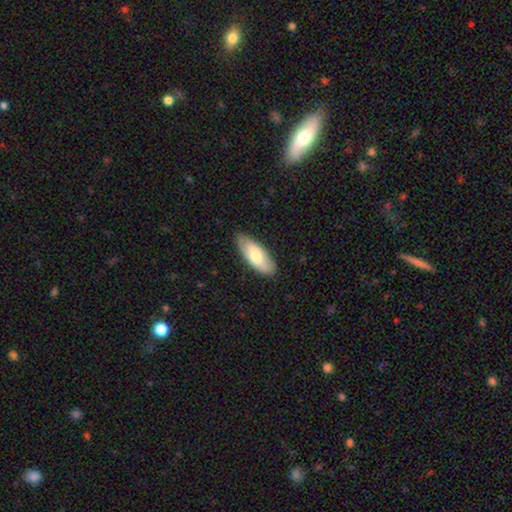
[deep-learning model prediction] Q: Smooth or featured?
A: smooth (74%); runner-up: featured or disk (21%)
Q: How rounded?
A: in between (78%); runner-up: cigar-shaped (20%)
Q: Merging?
A: none (83%); runner-up: minor disturbance (14%)